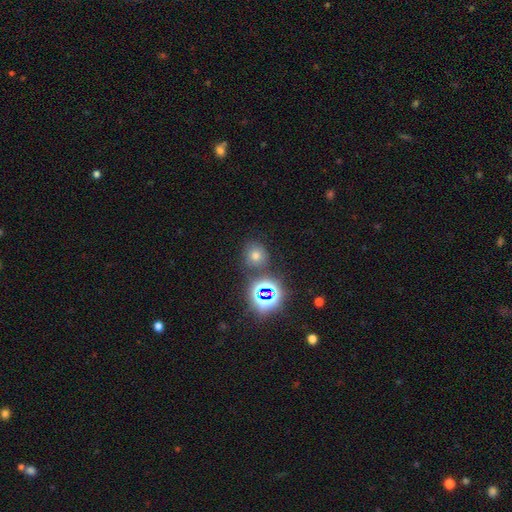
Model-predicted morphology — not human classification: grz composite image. It shows a smooth galaxy with no disk features (61%) that is round (86%). Merging: none (78%).